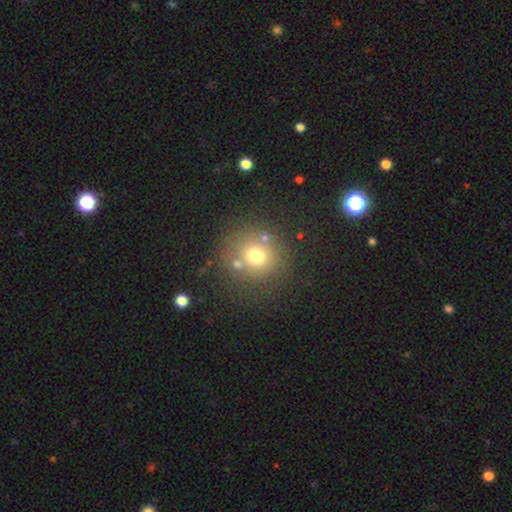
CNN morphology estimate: This appears to be a smooth galaxy with no disk features (68%) that is round (91%). Merging: none (73%).